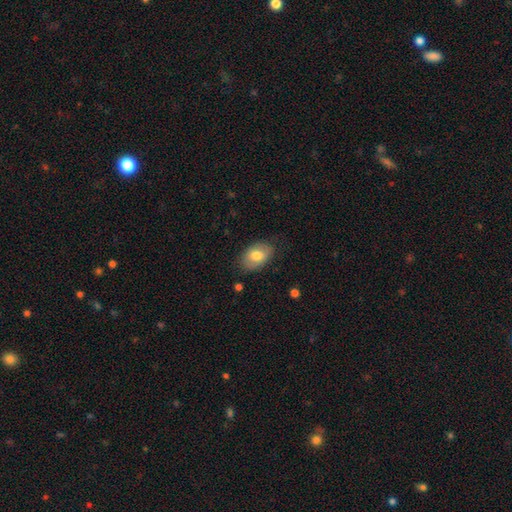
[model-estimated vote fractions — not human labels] Smooth or featured: smooth — 73% (featured or disk — 20%)
How rounded: in between — 89% (round — 9%)
Merging: none — 79% (minor disturbance — 16%)